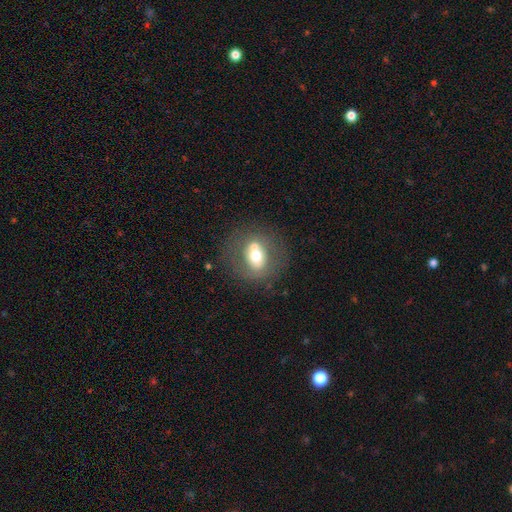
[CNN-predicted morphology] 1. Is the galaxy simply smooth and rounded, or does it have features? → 54% smooth, 35% featured or disk, 11% star or artifact.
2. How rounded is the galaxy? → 60% round, 39% in between, 1% cigar-shaped.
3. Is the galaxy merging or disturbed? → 58% none, 22% merger, 13% minor disturbance, 7% major disturbance.